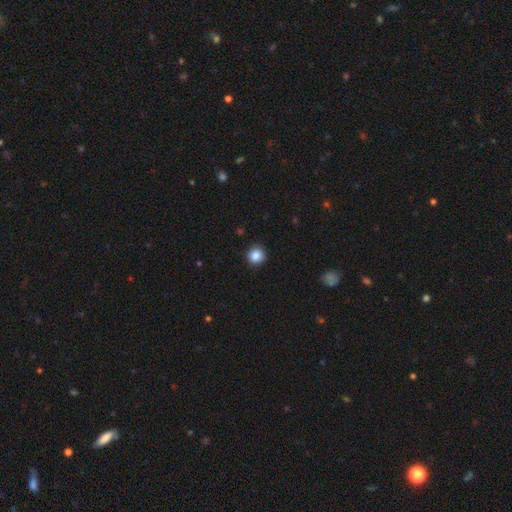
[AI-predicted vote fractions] smooth 86%, star or artifact 10%, featured or disk 3%. Down the decision tree: how rounded — round (93%); merging — none (90%).